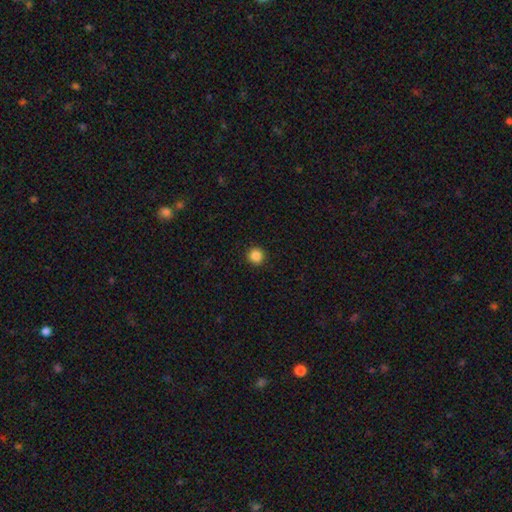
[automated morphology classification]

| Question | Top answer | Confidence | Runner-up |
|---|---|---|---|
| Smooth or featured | smooth | 87% | star or artifact (10%) |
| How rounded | round | 94% | in between (5%) |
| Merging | none | 93% | minor disturbance (5%) |